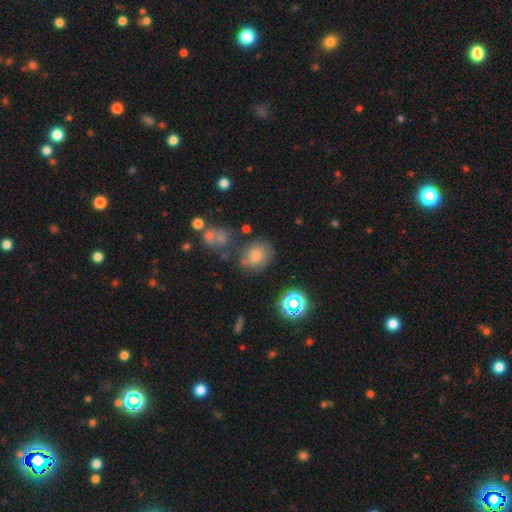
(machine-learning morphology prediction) smooth-or-featured: smooth: 69% | star or artifact: 16% | featured or disk: 15%
  how-rounded: round: 51% | in between: 47% | cigar-shaped: 1%
  merging: none: 58% | minor disturbance: 21% | merger: 11% | major disturbance: 10%